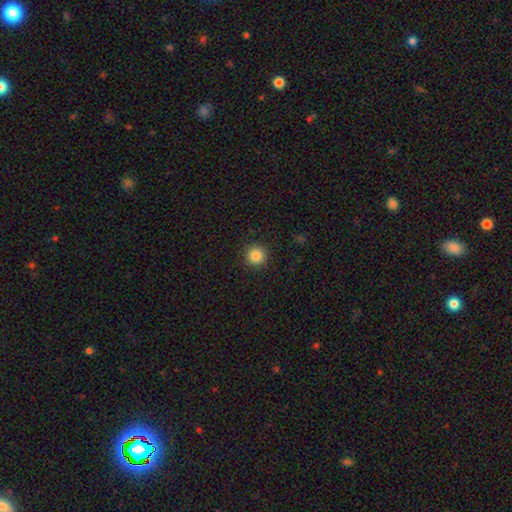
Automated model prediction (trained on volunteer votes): Smooth or featured? smooth (86%)
How rounded? round (95%)
Merging? none (92%)